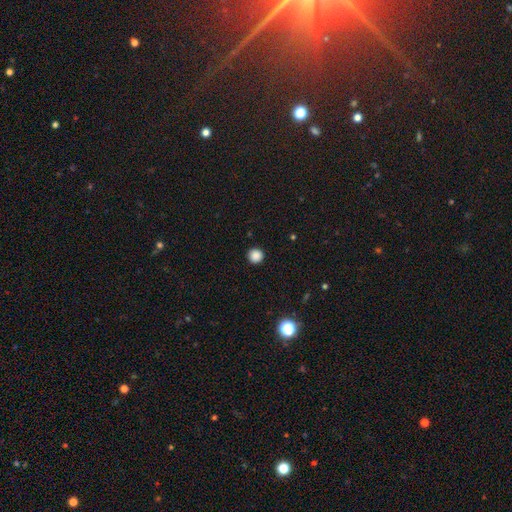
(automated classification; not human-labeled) Smooth or featured? Predicted: smooth (p=0.87). How rounded? Predicted: round (p=0.96). Merging? Predicted: none (p=0.93).